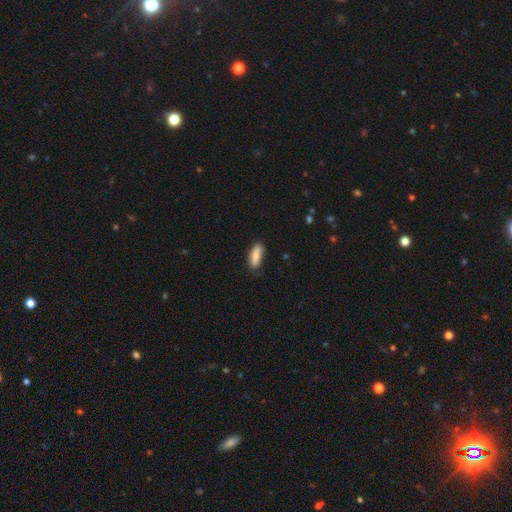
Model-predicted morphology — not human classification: A smooth galaxy with no disk features (87%) that is in between round and cigar-shaped (57%).

Vote fractions:
- Smooth or featured? smooth: 87% / featured or disk: 7% / star or artifact: 6%
- How rounded? in between: 57% / cigar-shaped: 41% / round: 2%
- Merging? none: 79% / minor disturbance: 16% / major disturbance: 3% / merger: 1%